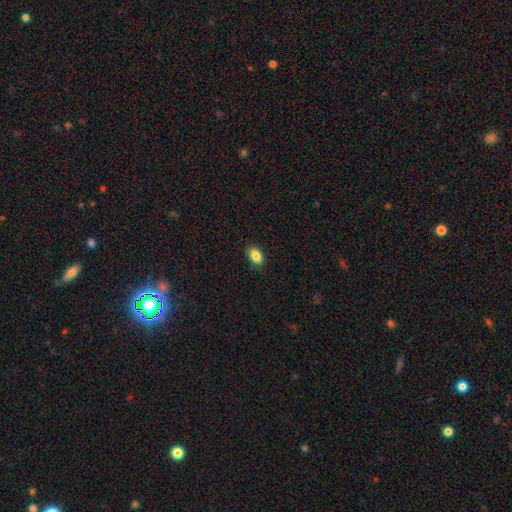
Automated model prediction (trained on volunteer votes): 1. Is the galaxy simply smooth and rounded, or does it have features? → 87% smooth, 8% star or artifact, 5% featured or disk.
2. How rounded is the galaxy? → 90% in between, 8% round, 2% cigar-shaped.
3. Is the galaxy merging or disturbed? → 85% none, 12% minor disturbance, 2% major disturbance, 1% merger.